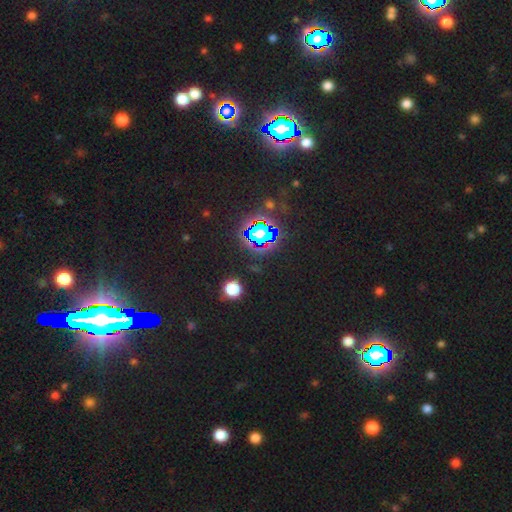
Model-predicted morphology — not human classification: smooth_or_featured: star or artifact (p=0.81) [alt: smooth p=0.11]